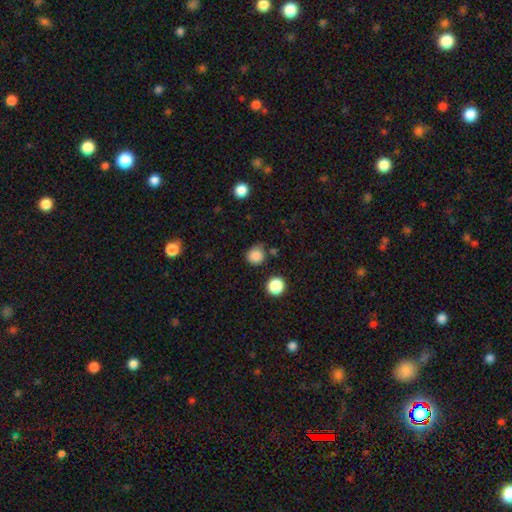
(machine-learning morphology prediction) smooth 85%, star or artifact 12%, featured or disk 4%. Down the decision tree: how rounded — round (86%); merging — none (73%).